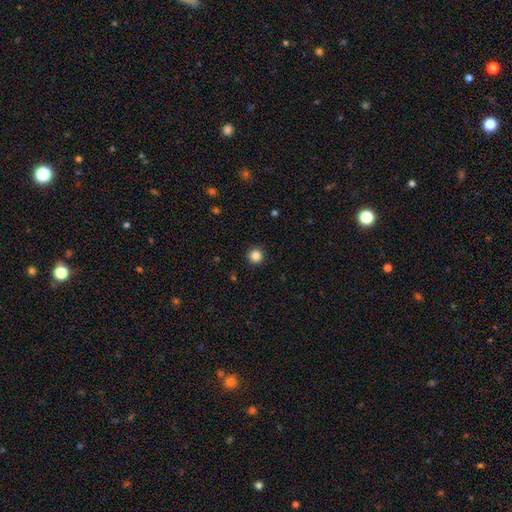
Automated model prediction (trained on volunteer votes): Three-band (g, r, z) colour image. It shows a smooth galaxy with no disk features (85%) that is round (96%). Merging: none (92%).